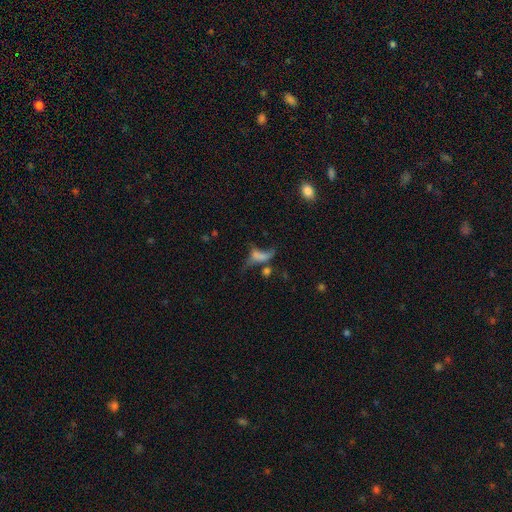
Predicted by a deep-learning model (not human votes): smooth 44%, featured or disk 36%, star or artifact 20%. Down the decision tree: merging — major disturbance (40%).